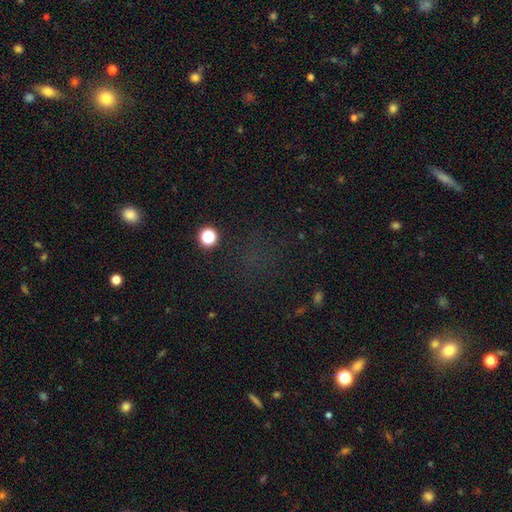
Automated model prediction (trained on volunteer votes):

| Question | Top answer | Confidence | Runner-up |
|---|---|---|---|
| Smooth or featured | star or artifact | 58% | smooth (32%) |